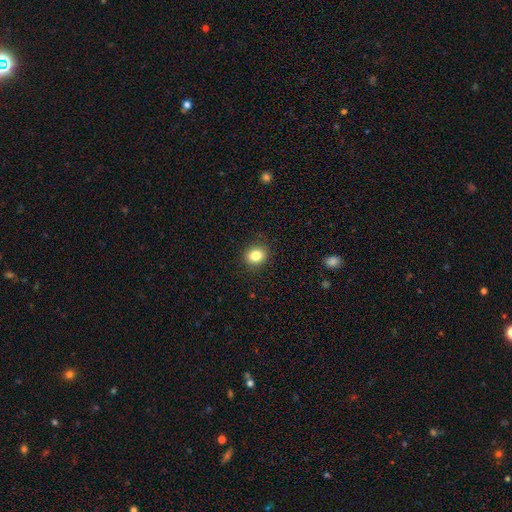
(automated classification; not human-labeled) Smooth or featured? smooth (84%)
How rounded? round (64%)
Merging? none (89%)